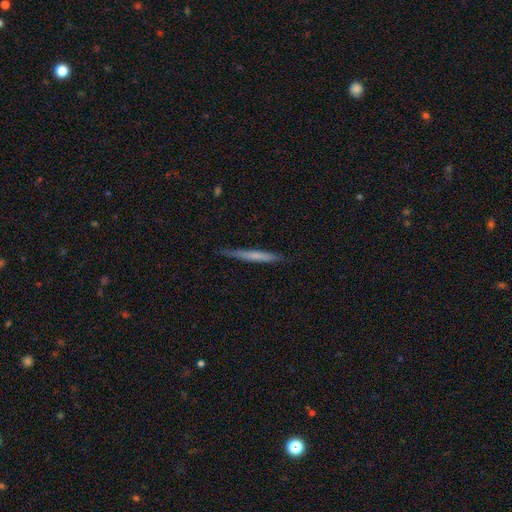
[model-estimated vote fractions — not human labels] Smooth or featured? smooth (56%)
How rounded? cigar-shaped (97%)
Merging? none (87%)